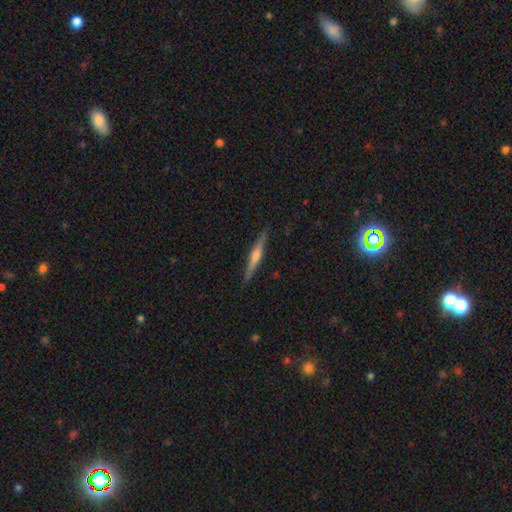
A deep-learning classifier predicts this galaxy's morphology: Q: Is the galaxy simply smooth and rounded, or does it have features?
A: featured or disk — 75%.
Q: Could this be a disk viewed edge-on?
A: yes — 98%.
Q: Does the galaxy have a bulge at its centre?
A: rounded — 80%.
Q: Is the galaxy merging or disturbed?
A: none — 90%.